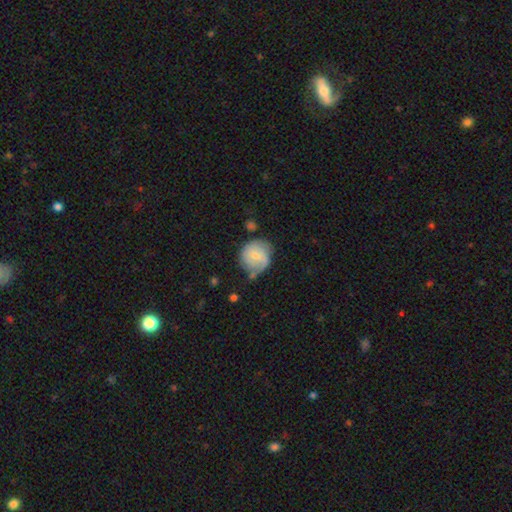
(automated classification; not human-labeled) Smooth or featured? Predicted: featured or disk (p=0.52). Edge-on disk? Predicted: no (p=0.98). Bar? Predicted: no (p=0.55). Spiral arms? Predicted: yes (p=0.82). Bulge size? Predicted: small (p=0.64). Merging? Predicted: none (p=0.50).